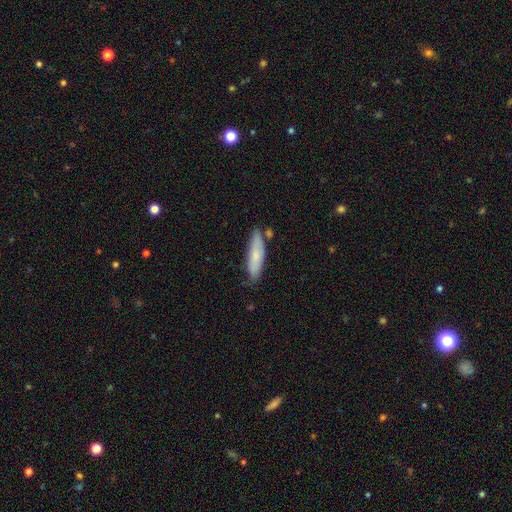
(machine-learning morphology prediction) A smooth galaxy with no disk features (72%) that is cigar-shaped (70%).

Vote fractions:
- Smooth or featured? smooth: 72% / featured or disk: 22% / star or artifact: 6%
- How rounded? cigar-shaped: 70% / in between: 29% / round: 2%
- Merging? none: 73% / minor disturbance: 19% / merger: 5% / major disturbance: 3%